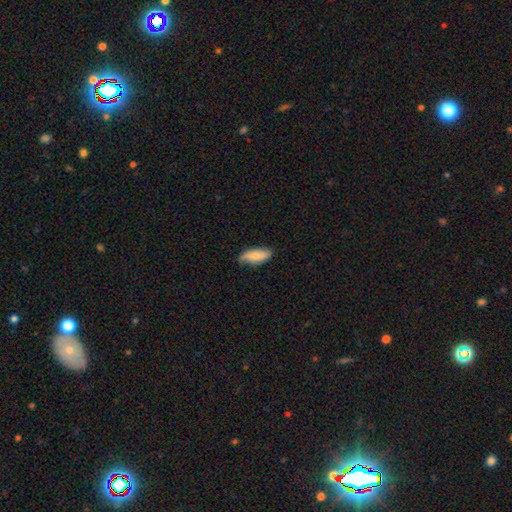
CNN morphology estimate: A smooth galaxy with no disk features (76%) that is in between round and cigar-shaped (79%).

Vote fractions:
- Smooth or featured? smooth: 76% / featured or disk: 18% / star or artifact: 6%
- How rounded? in between: 79% / cigar-shaped: 18% / round: 2%
- Merging? none: 71% / minor disturbance: 24% / major disturbance: 4% / merger: 1%